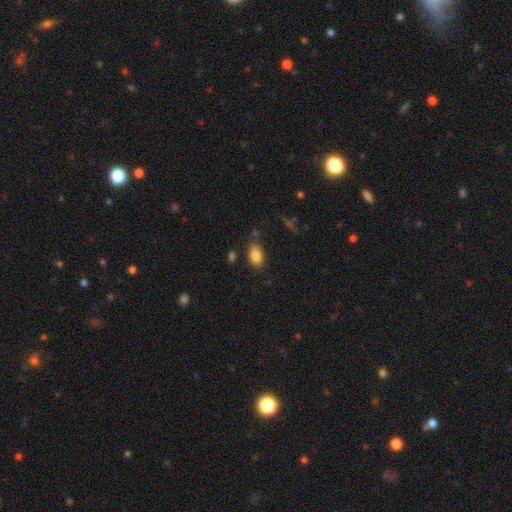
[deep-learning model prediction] Smooth or featured?
  - smooth: 85% *
  - star or artifact: 8%
  - featured or disk: 7%
How rounded?
  - in between: 90% *
  - round: 8%
  - cigar-shaped: 2%
Merging?
  - none: 76% *
  - minor disturbance: 16%
  - merger: 5%
  - major disturbance: 4%